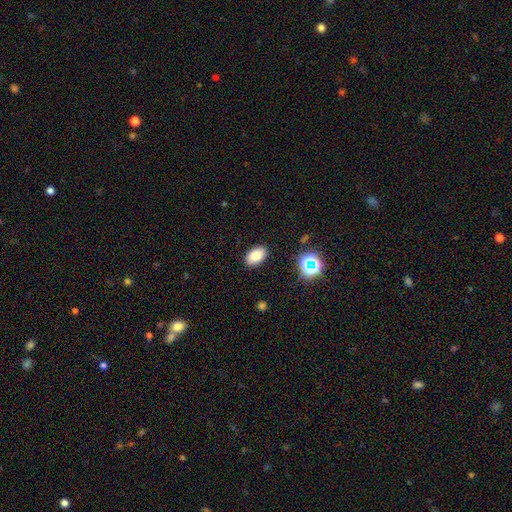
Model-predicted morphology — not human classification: A smooth galaxy with no disk features (81%) that is in between round and cigar-shaped (91%).

Vote fractions:
- Smooth or featured? smooth: 81% / star or artifact: 12% / featured or disk: 7%
- How rounded? in between: 91% / round: 8% / cigar-shaped: 1%
- Merging? none: 87% / minor disturbance: 9% / major disturbance: 2% / merger: 1%